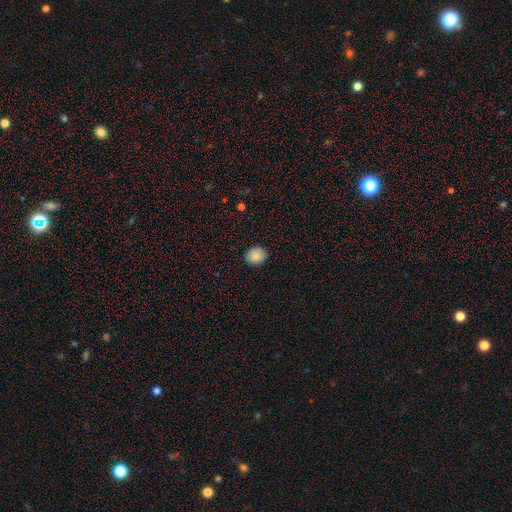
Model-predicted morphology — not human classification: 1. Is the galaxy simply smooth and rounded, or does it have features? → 87% smooth, 8% star or artifact, 5% featured or disk.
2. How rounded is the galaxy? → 70% round, 29% in between, 1% cigar-shaped.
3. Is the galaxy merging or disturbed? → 88% none, 9% minor disturbance, 2% major disturbance, 1% merger.